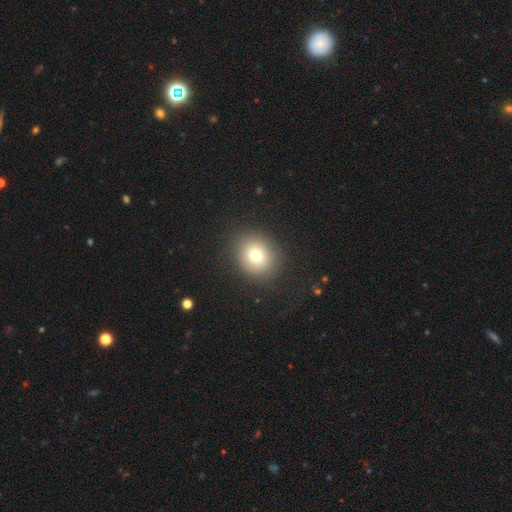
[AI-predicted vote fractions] This appears to be a smooth galaxy with no disk features (75%) that is round (80%). Merging: none (87%).